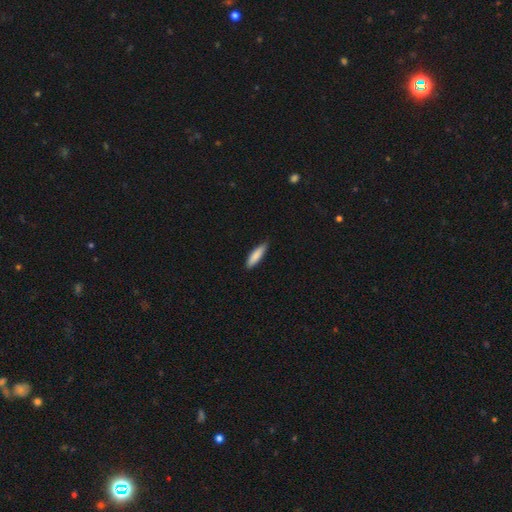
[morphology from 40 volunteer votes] smooth 92%, star or artifact 5%, featured or disk 2%. Down the decision tree: how rounded — cigar-shaped (65%); merging — none (82%).